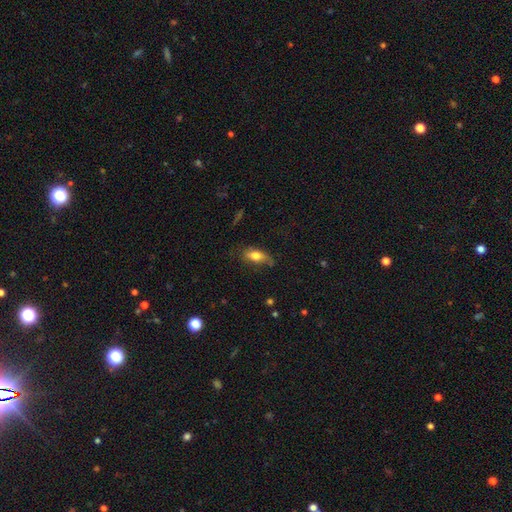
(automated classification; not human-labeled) Q: Smooth or featured?
A: smooth (72%); runner-up: featured or disk (20%)
Q: How rounded?
A: in between (79%); runner-up: cigar-shaped (16%)
Q: Merging?
A: none (59%); runner-up: minor disturbance (29%)